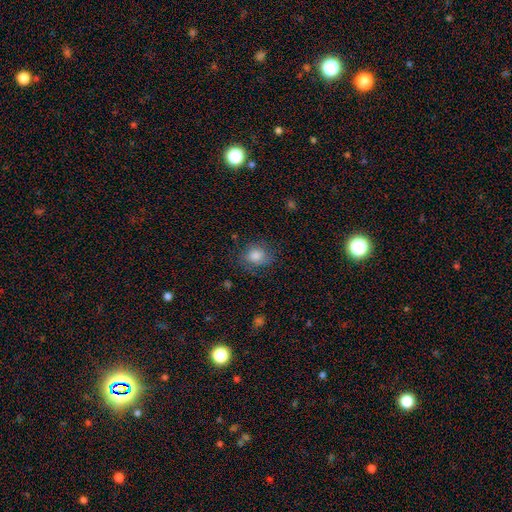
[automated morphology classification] This is likely a smooth galaxy (79%). How rounded: possibly in between (50%). Merging: likely none (70%).